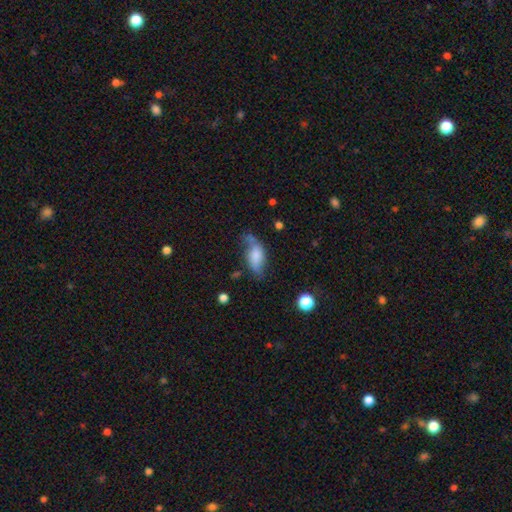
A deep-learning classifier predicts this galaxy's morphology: Q: Smooth or featured?
A: smooth (61%); runner-up: featured or disk (31%)
Q: How rounded?
A: in between (86%); runner-up: cigar-shaped (9%)
Q: Merging?
A: none (43%); runner-up: minor disturbance (33%)